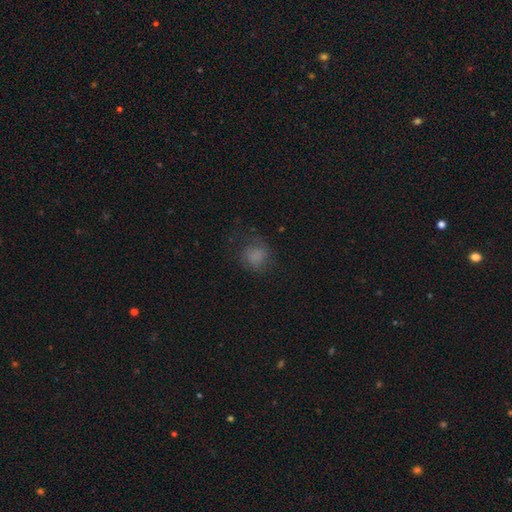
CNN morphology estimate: A smooth galaxy with no disk features (74%) that is round (77%). Merging: none (64%).